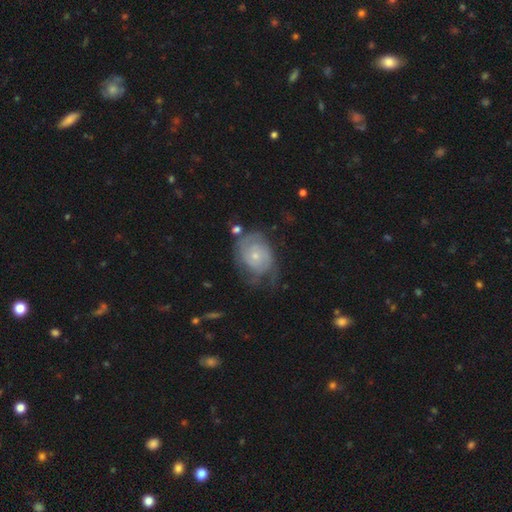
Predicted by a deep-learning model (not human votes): Smooth or featured?
  - featured or disk: 73% *
  - smooth: 21%
  - star or artifact: 6%
Edge-on disk?
  - no: 97% *
  - yes: 3%
Bar?
  - no: 77% *
  - weak: 20%
  - strong: 3%
Spiral arms?
  - yes: 88% *
  - no: 12%
Spiral winding?
  - tight: 58% *
  - medium: 30%
  - loose: 12%
Spiral arm count?
  - 2: 38% *
  - can't tell: 37%
  - 3: 12%
  - 1: 6%
  - 4: 4%
  - more than 4: 3%
Bulge size?
  - small: 70% *
  - moderate: 25%
  - none: 2%
  - large: 2%
  - dominant: 1%
Merging?
  - none: 47% *
  - minor disturbance: 28%
  - major disturbance: 21%
  - merger: 4%